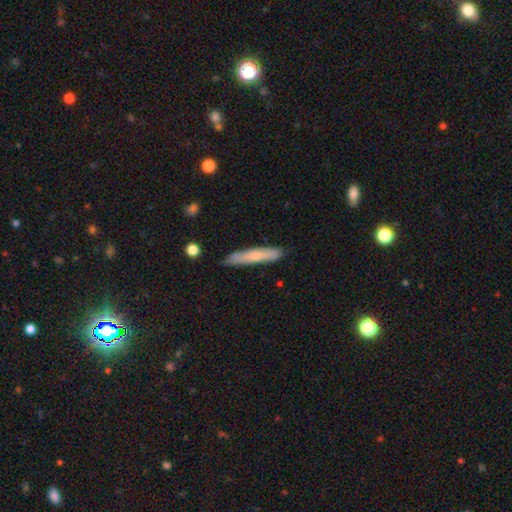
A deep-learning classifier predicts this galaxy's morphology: This appears to be a smooth galaxy with no disk features (64%) that is cigar-shaped (91%). Merging: none (83%).